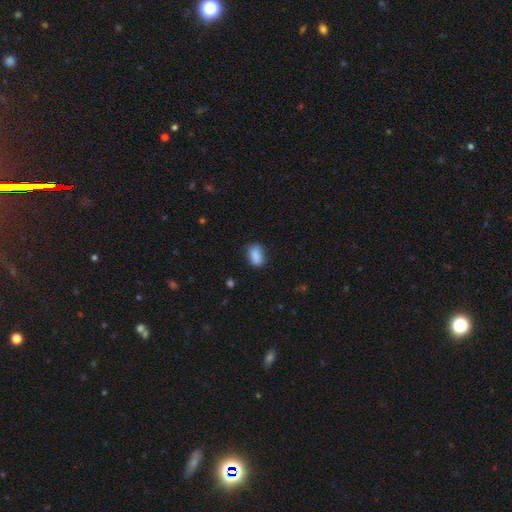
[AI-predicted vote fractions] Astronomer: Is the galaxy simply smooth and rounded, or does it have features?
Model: smooth — 88%.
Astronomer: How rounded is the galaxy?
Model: in between — 86%.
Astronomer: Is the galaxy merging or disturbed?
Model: none — 77%.